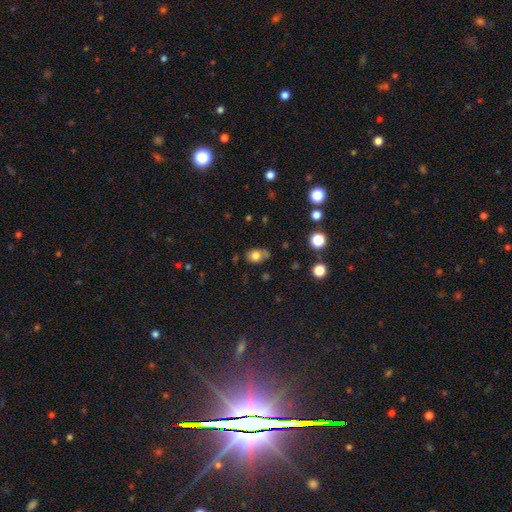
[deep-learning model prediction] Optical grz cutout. It shows a smooth galaxy with no disk features (77%) that is in between round and cigar-shaped (64%). Merging: none (61%).